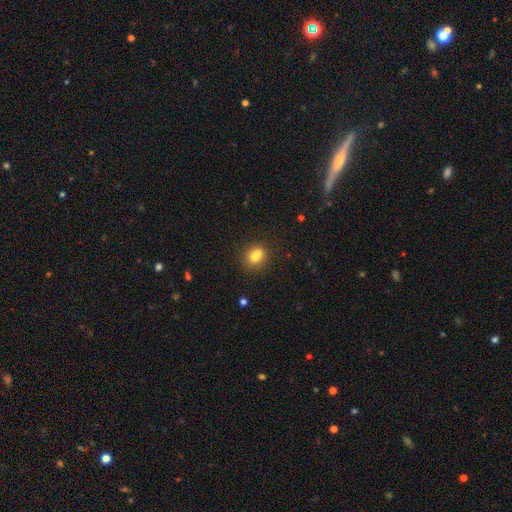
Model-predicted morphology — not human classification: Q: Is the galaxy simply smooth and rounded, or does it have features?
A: smooth — 71%.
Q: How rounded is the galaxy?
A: round — 63%.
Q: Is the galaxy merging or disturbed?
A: merger — 45%.